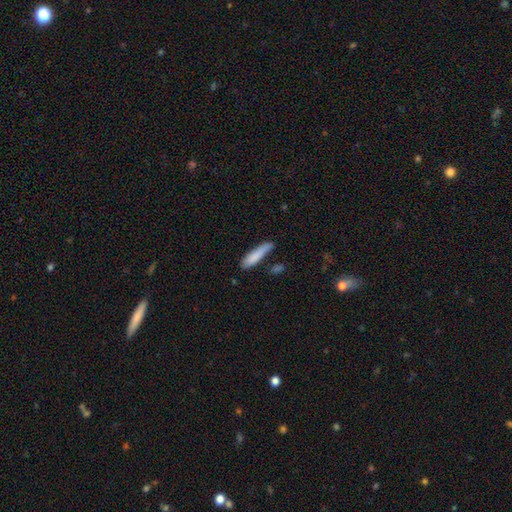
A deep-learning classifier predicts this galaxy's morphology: smooth-or-featured: smooth: 82% | featured or disk: 11% | star or artifact: 6%
  how-rounded: cigar-shaped: 82% | in between: 16% | round: 1%
  merging: none: 64% | minor disturbance: 24% | merger: 7% | major disturbance: 6%